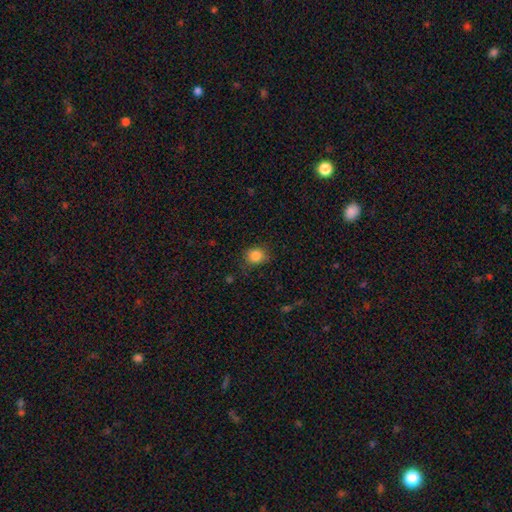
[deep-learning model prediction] The model was most divided on "how rounded": round: 70%, in between: 29%, cigar-shaped: 1%. More confident: smooth or featured — smooth (84%); merging — none (78%).